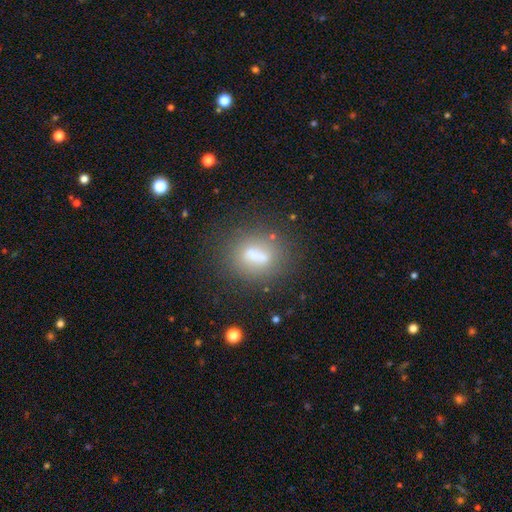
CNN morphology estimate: smooth_or_featured: smooth (p=0.64) [alt: featured or disk p=0.23]
how_rounded: in between (p=0.53) [alt: round p=0.40]
merging: none (p=0.60) [alt: minor disturbance p=0.16]